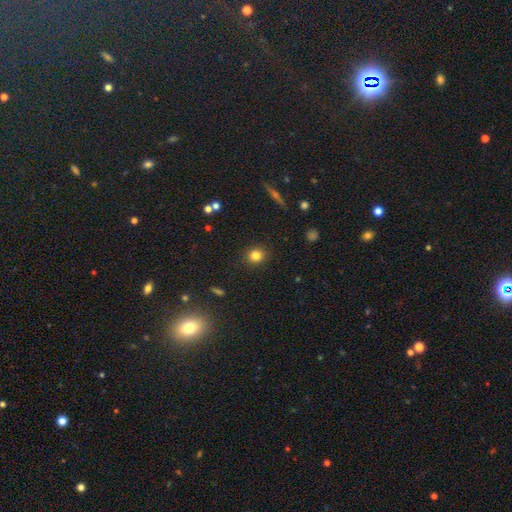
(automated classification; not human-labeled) A smooth galaxy with no disk features (82%) that is round (85%). Merging: none (90%).